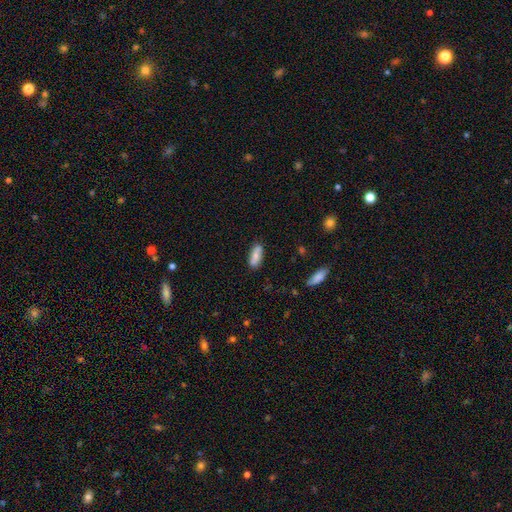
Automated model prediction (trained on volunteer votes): smooth_or_featured: smooth (p=0.67) [alt: featured or disk p=0.26]
how_rounded: in between (p=0.74) [alt: cigar-shaped p=0.23]
merging: none (p=0.80) [alt: minor disturbance p=0.13]